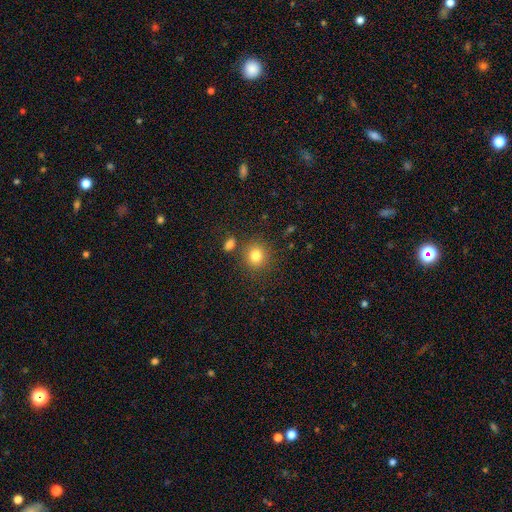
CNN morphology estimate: Smooth or featured? smooth (82%)
How rounded? round (84%)
Merging? none (81%)